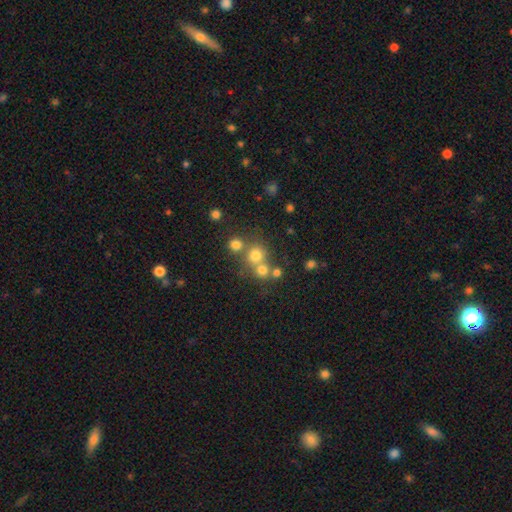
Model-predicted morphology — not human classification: This appears to be a smooth galaxy with no disk features (70%) that is round (89%). Merging: none (54%).